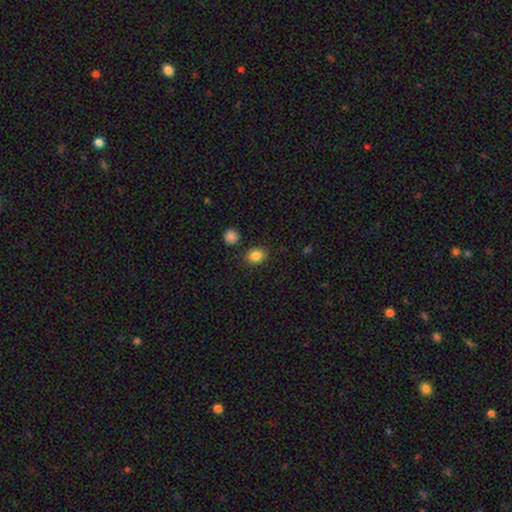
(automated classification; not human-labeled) This is clearly a smooth galaxy (86%). How rounded: possibly in between (55%). Merging: clearly none (84%).